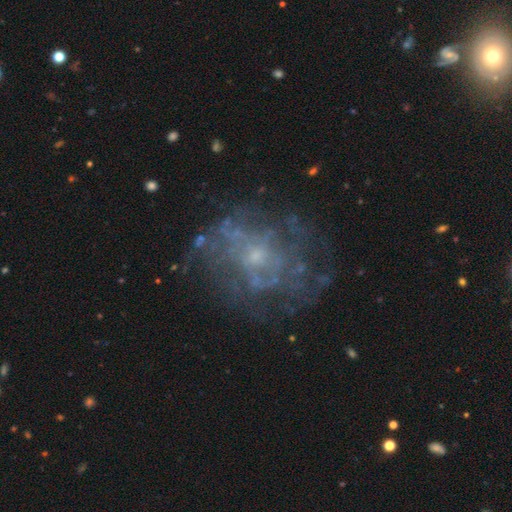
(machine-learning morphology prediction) type=featured or disk (70%); edge-on=no (97%); bar=no (81%); spiral arms=no (51%); bulge=small (66%); merging=none (68%).